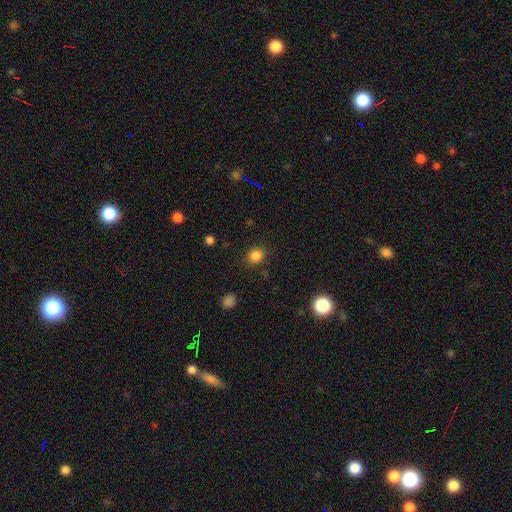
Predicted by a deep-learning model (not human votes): This is clearly a smooth galaxy (84%). How rounded: likely round (77%). Merging: clearly none (86%).